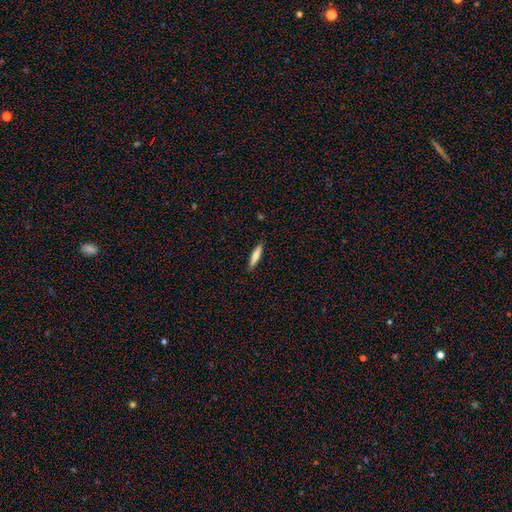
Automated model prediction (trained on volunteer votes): smooth 72%, featured or disk 22%, star or artifact 6%. Down the decision tree: how rounded — cigar-shaped (84%); merging — none (89%).